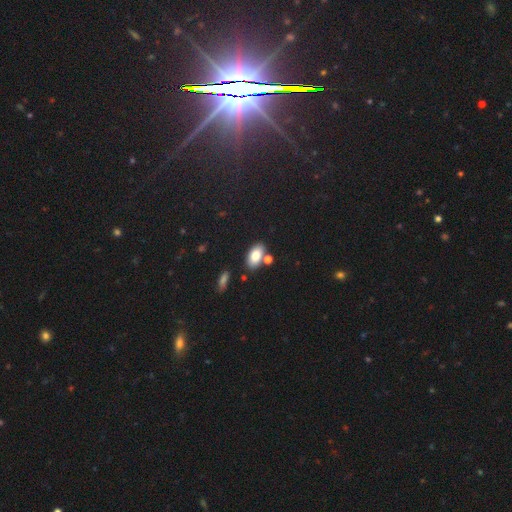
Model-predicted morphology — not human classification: The model was most divided on "merging": none: 70%, merger: 16%, minor disturbance: 12%, major disturbance: 3%. More confident: how rounded — in between (92%); smooth or featured — smooth (83%).